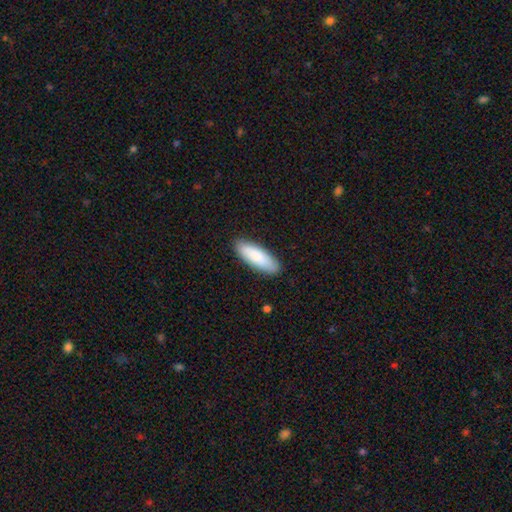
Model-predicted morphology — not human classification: Smooth or featured?
  - smooth: 85% *
  - featured or disk: 10%
  - star or artifact: 5%
How rounded?
  - in between: 57% *
  - cigar-shaped: 41%
  - round: 2%
Merging?
  - none: 89% *
  - minor disturbance: 9%
  - major disturbance: 2%
  - merger: 1%